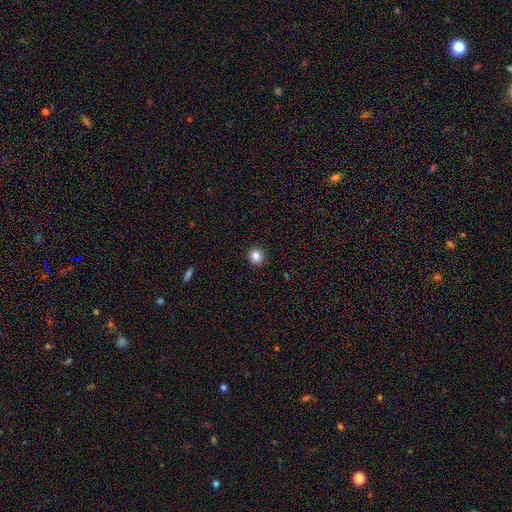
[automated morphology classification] This is clearly a smooth galaxy (83%). How rounded: clearly round (87%). Merging: clearly none (92%).